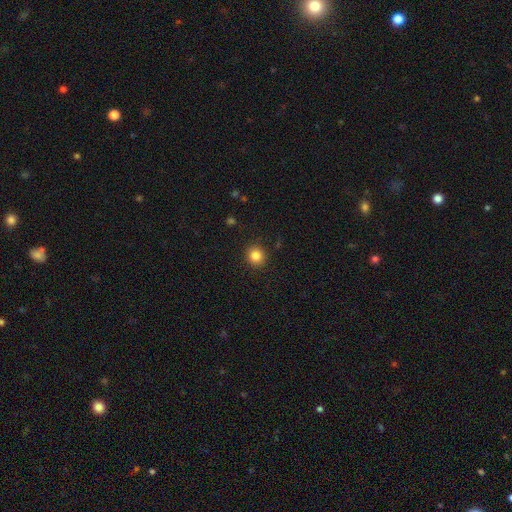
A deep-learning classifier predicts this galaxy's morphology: A smooth galaxy with no disk features (85%) that is round (90%).

Vote fractions:
- Smooth or featured? smooth: 85% / star or artifact: 11% / featured or disk: 4%
- How rounded? round: 90% / in between: 9% / cigar-shaped: 1%
- Merging? none: 91% / minor disturbance: 6% / major disturbance: 2% / merger: 1%